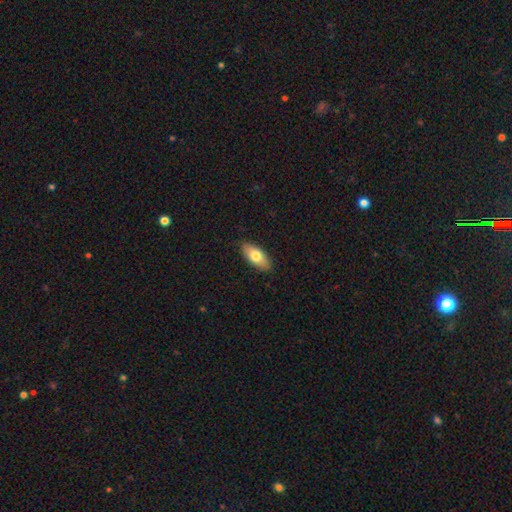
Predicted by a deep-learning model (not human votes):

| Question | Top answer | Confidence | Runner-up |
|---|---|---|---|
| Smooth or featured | smooth | 75% | featured or disk (19%) |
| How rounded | in between | 88% | cigar-shaped (9%) |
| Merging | none | 87% | minor disturbance (10%) |